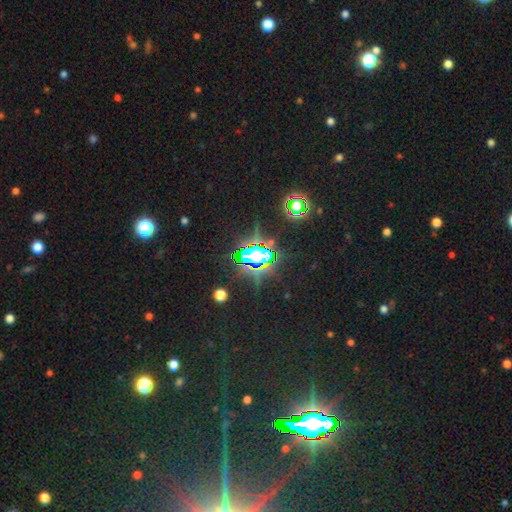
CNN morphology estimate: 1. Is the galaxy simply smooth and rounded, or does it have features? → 73% star or artifact, 16% smooth, 11% featured or disk.